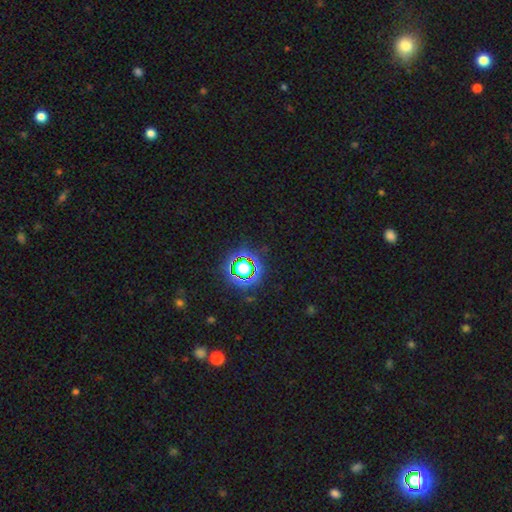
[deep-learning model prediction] Smooth or featured: star or artifact — 80% (smooth — 13%)